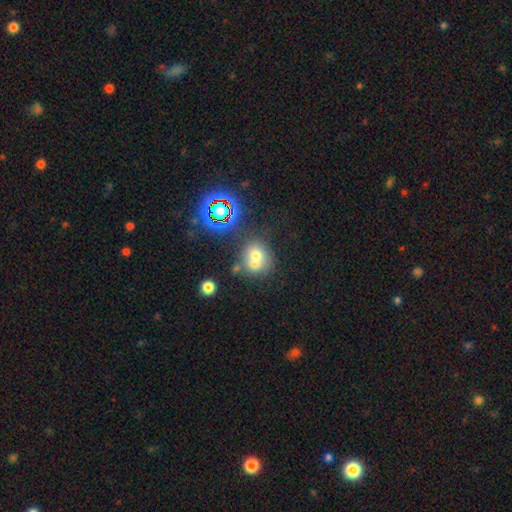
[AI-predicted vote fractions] This appears to be a smooth galaxy with no disk features (61%) that is round (73%). Merging: merger (48%).